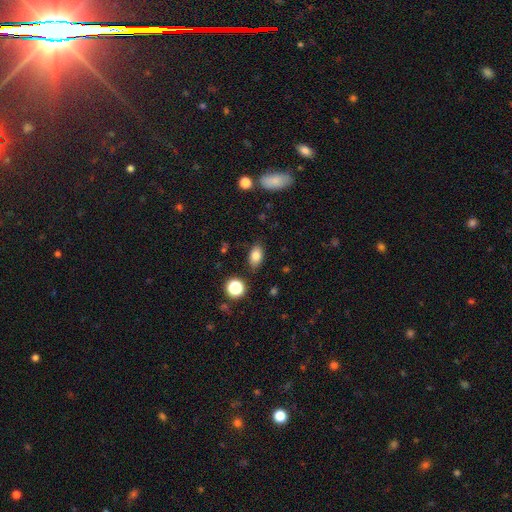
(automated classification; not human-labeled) This is clearly a smooth galaxy (81%). How rounded: clearly in between (86%). Merging: clearly none (84%).